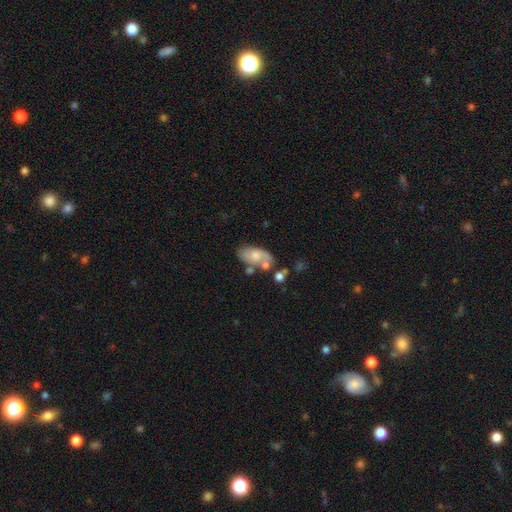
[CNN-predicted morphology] Smooth or featured: smooth — 50% (featured or disk — 42%)
Merging: none — 46% (merger — 22%)